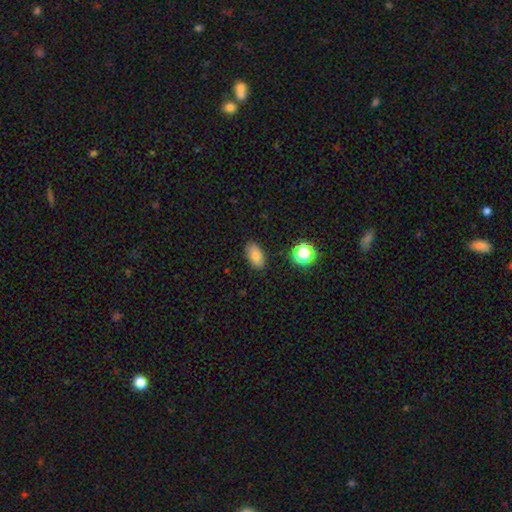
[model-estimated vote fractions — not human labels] smooth_or_featured: smooth (p=0.81) [alt: star or artifact p=0.11]
how_rounded: in between (p=0.89) [alt: round p=0.08]
merging: none (p=0.85) [alt: minor disturbance p=0.11]